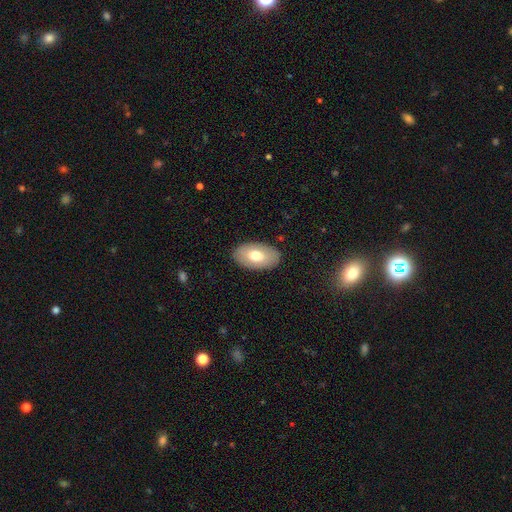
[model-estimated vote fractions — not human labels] Q: Smooth or featured?
A: smooth (69%); runner-up: featured or disk (25%)
Q: How rounded?
A: in between (94%); runner-up: round (5%)
Q: Merging?
A: none (88%); runner-up: minor disturbance (9%)